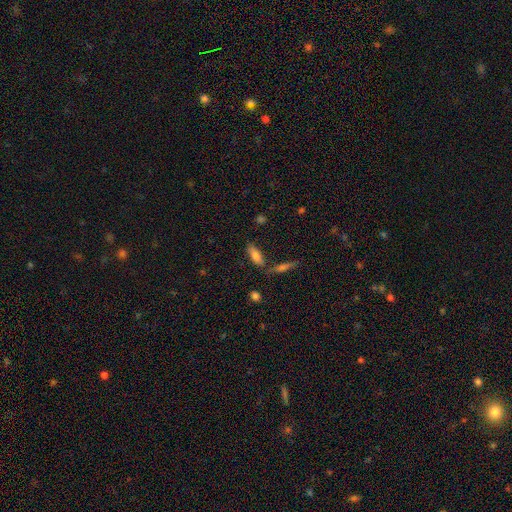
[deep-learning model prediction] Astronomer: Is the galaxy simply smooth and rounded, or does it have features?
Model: smooth — 73%.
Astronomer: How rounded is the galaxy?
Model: in between — 66%.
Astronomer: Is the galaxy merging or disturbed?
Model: none — 70%.